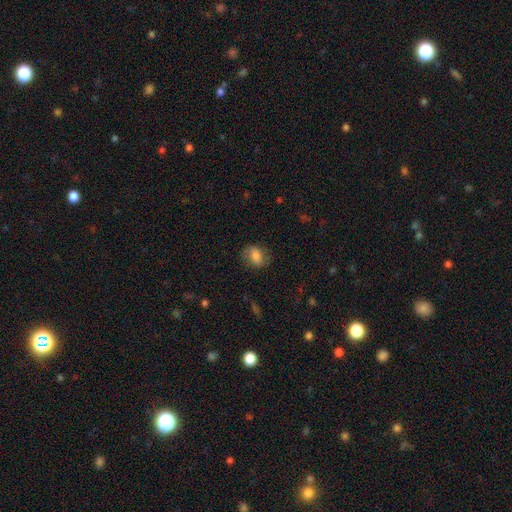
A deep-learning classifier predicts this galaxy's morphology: smooth 76%, featured or disk 16%, star or artifact 8%. Down the decision tree: how rounded — in between (65%); merging — none (76%).